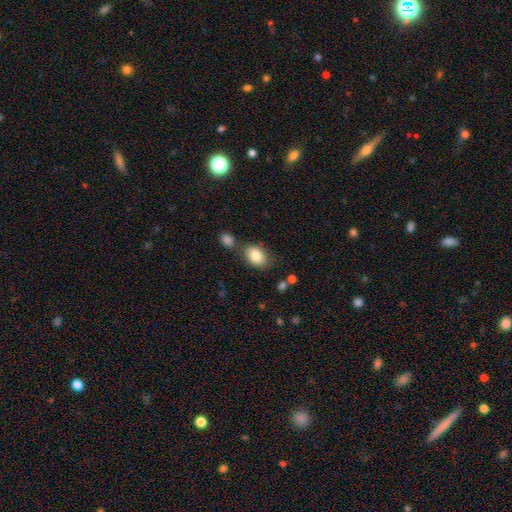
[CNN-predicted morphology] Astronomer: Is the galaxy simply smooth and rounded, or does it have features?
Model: smooth — 82%.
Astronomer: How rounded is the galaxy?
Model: in between — 80%.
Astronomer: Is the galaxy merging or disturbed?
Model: none — 65%.